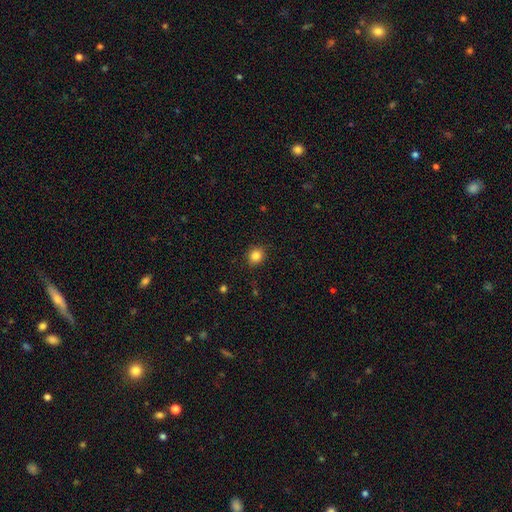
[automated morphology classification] Smooth or featured: smooth — 84% (star or artifact — 11%)
How rounded: round — 73% (in between — 26%)
Merging: none — 86% (minor disturbance — 10%)